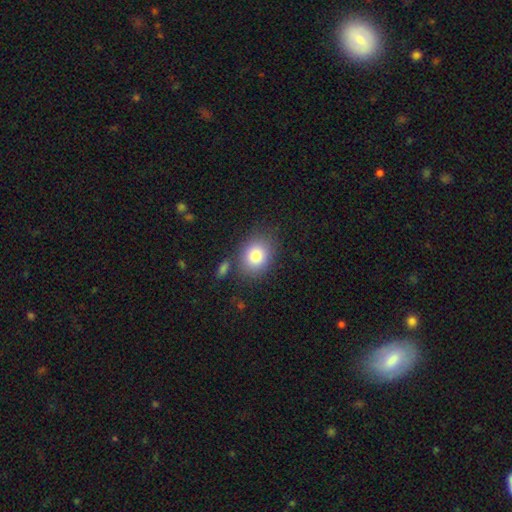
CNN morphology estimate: This is clearly a smooth galaxy (83%). How rounded: possibly in between (53%). Merging: likely none (76%).